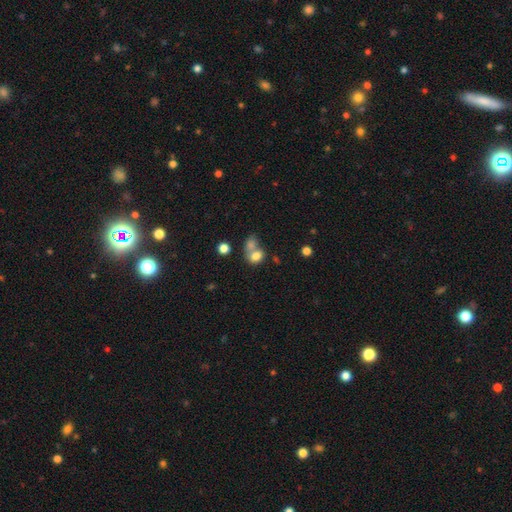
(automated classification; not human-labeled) Smooth or featured? smooth (78%)
How rounded? in between (61%)
Merging? merger (60%)